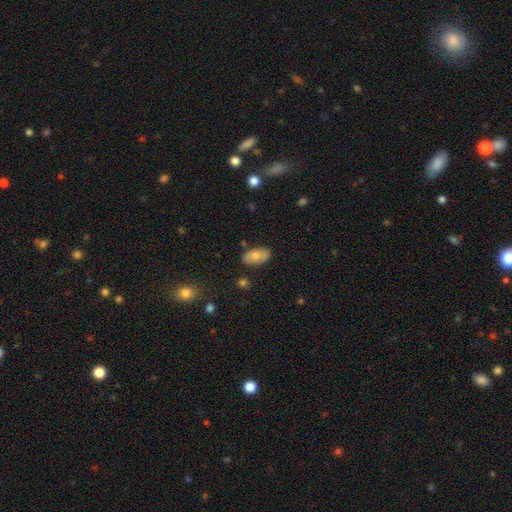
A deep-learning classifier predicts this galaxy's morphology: smooth_or_featured: smooth (p=0.72) [alt: featured or disk p=0.21]
how_rounded: in between (p=0.93) [alt: round p=0.04]
merging: none (p=0.81) [alt: minor disturbance p=0.14]